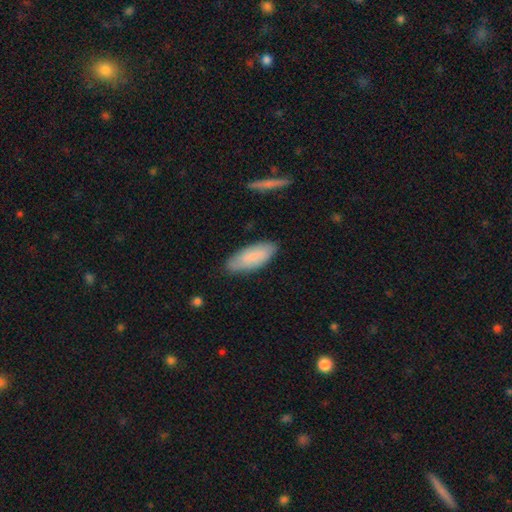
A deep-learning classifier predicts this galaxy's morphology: Smooth or featured? smooth (78%)
How rounded? in between (81%)
Merging? none (82%)